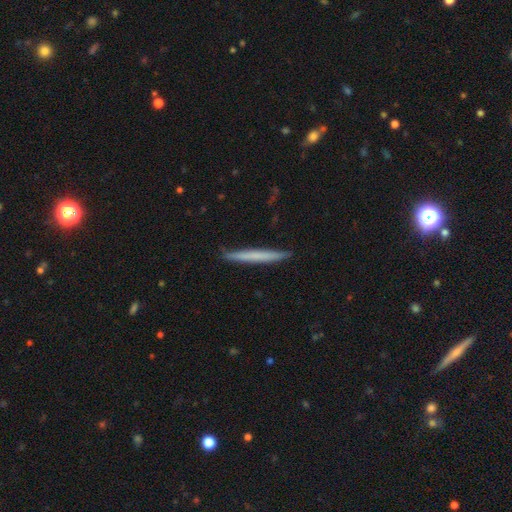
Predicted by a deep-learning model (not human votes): This appears to be a smooth galaxy with no disk features (58%) that is cigar-shaped (97%). Merging: none (91%).